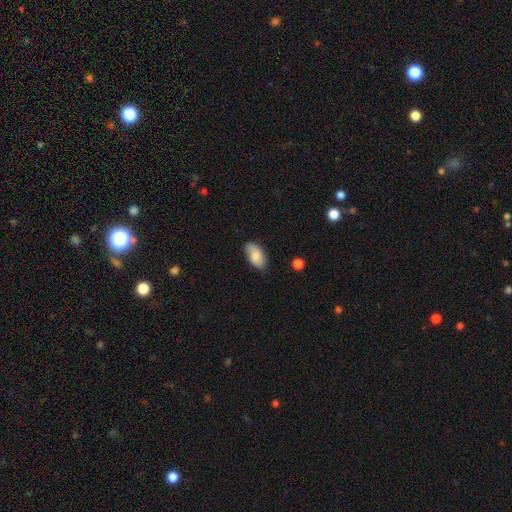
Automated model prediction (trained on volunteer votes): Q: Smooth or featured?
A: smooth (81%); runner-up: featured or disk (12%)
Q: How rounded?
A: in between (94%); runner-up: round (3%)
Q: Merging?
A: none (77%); runner-up: minor disturbance (18%)